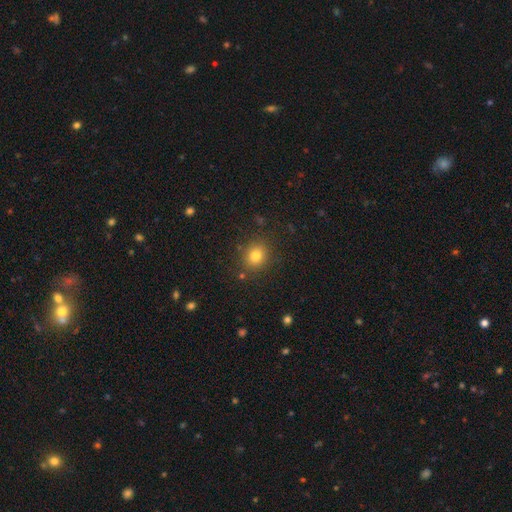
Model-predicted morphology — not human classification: This appears to be a smooth galaxy with no disk features (80%) that is round (76%). Merging: none (85%).